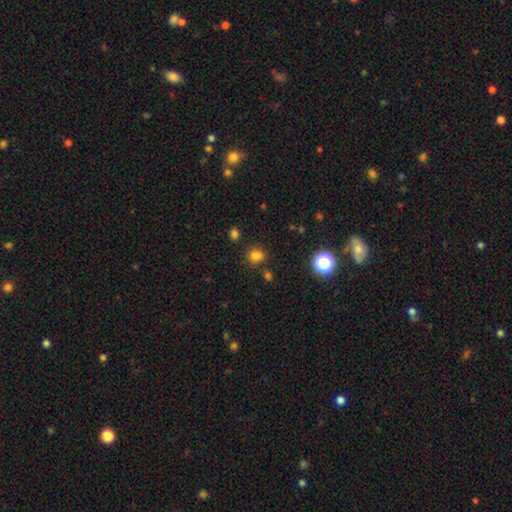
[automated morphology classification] Smooth or featured?
  - smooth: 75% *
  - star or artifact: 20%
  - featured or disk: 5%
How rounded?
  - round: 68% *
  - in between: 31%
  - cigar-shaped: 1%
Merging?
  - none: 75% *
  - minor disturbance: 13%
  - merger: 7%
  - major disturbance: 4%